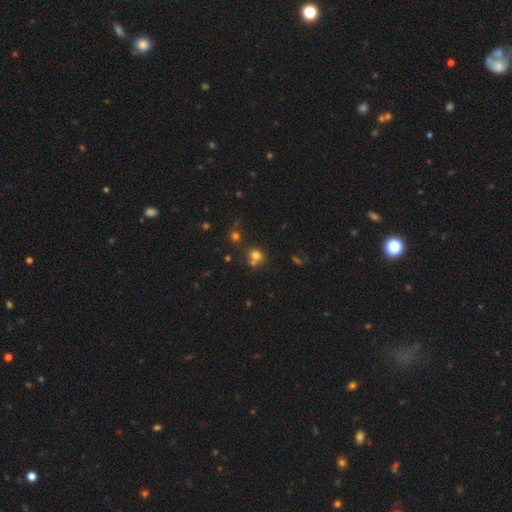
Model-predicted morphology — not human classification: Smooth or featured?
  - smooth: 71% *
  - star or artifact: 19%
  - featured or disk: 10%
How rounded?
  - round: 78% *
  - in between: 21%
  - cigar-shaped: 1%
Merging?
  - none: 54% *
  - merger: 32%
  - minor disturbance: 10%
  - major disturbance: 4%